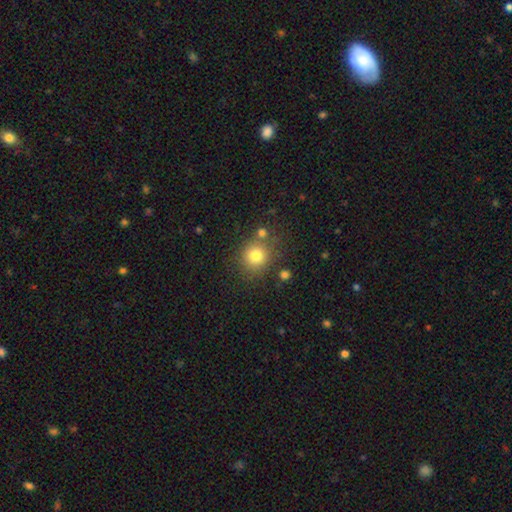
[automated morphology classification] Smooth or featured? Predicted: smooth (p=0.79). How rounded? Predicted: round (p=0.85). Merging? Predicted: none (p=0.74).